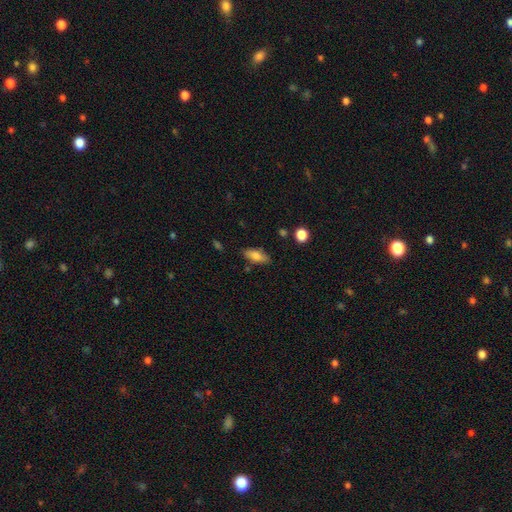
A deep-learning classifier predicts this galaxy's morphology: This appears to be a smooth galaxy with no disk features (75%) that is in between round and cigar-shaped (81%). Merging: none (80%).